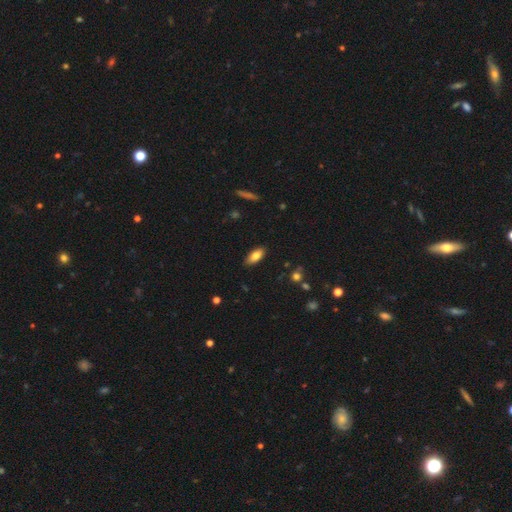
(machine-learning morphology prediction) Q: Smooth or featured?
A: smooth (81%); runner-up: featured or disk (11%)
Q: How rounded?
A: in between (86%); runner-up: cigar-shaped (12%)
Q: Merging?
A: none (86%); runner-up: minor disturbance (11%)